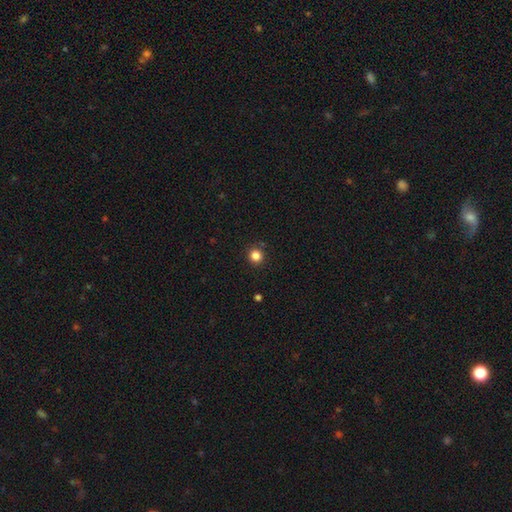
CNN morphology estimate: Smooth or featured: smooth — 83% (star or artifact — 13%)
How rounded: round — 93% (in between — 6%)
Merging: none — 90% (minor disturbance — 6%)